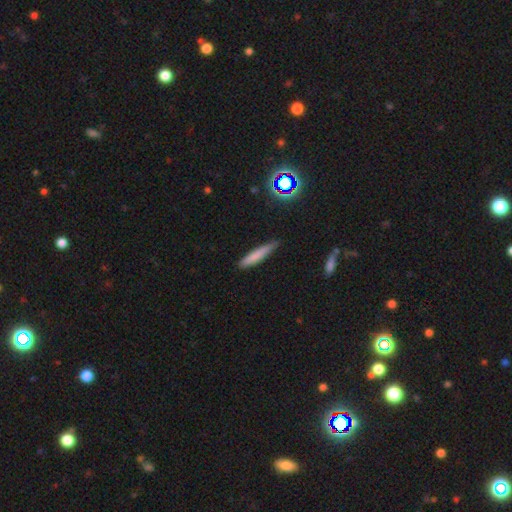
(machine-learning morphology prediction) Smooth or featured: smooth — 76% (featured or disk — 15%)
How rounded: cigar-shaped — 89% (in between — 9%)
Merging: none — 78% (minor disturbance — 18%)